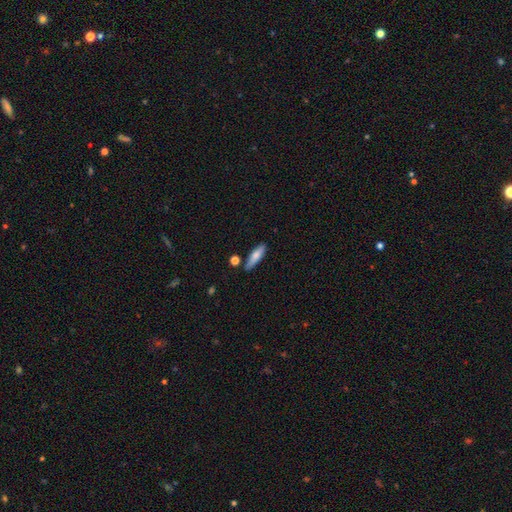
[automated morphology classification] Smooth or featured? smooth (75%)
How rounded? cigar-shaped (64%)
Merging? none (77%)